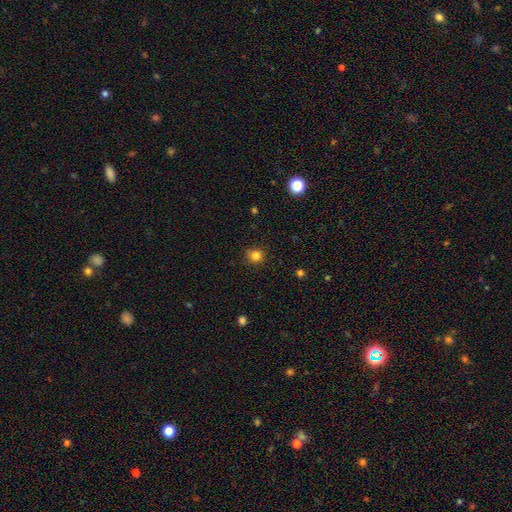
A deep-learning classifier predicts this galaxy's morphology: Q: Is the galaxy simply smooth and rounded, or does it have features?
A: smooth — 83%.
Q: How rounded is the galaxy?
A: round — 88%.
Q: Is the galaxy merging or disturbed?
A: none — 84%.